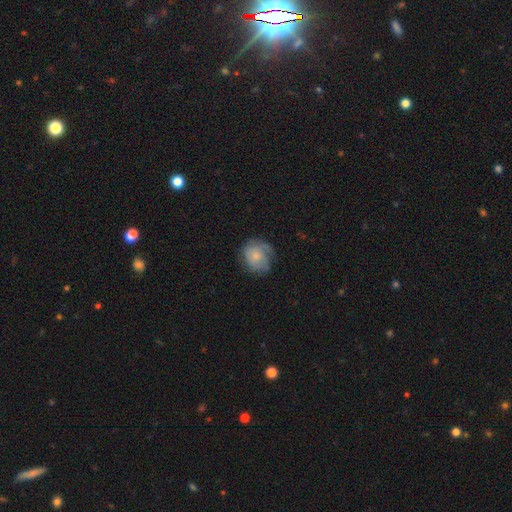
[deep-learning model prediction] smooth 56%, featured or disk 36%, star or artifact 8%. Down the decision tree: how rounded — round (73%); merging — none (54%).